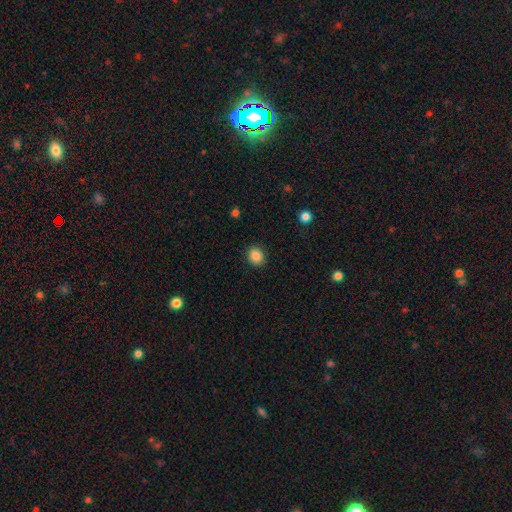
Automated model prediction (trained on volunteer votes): smooth_or_featured: smooth (p=0.87) [alt: star or artifact p=0.10]
how_rounded: round (p=0.76) [alt: in between p=0.23]
merging: none (p=0.90) [alt: minor disturbance p=0.07]